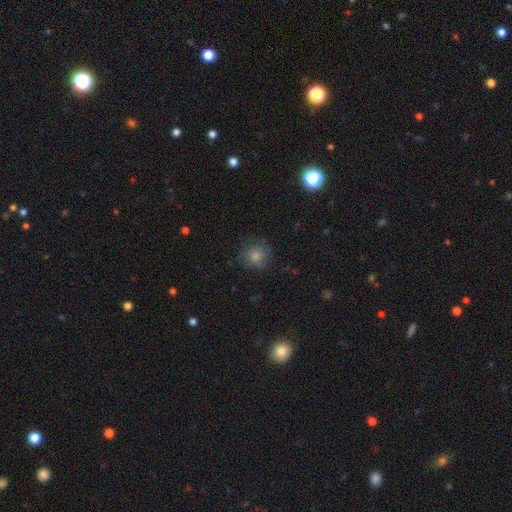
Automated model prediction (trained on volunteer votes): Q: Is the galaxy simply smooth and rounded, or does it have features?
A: smooth — 79%.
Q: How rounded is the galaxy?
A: round — 90%.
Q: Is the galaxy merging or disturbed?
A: none — 78%.